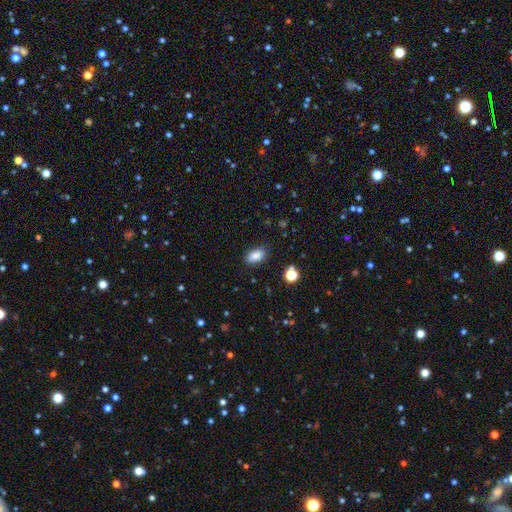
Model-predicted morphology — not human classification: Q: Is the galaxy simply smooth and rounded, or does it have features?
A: smooth — 86%.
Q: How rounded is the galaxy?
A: in between — 91%.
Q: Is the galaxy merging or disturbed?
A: none — 85%.